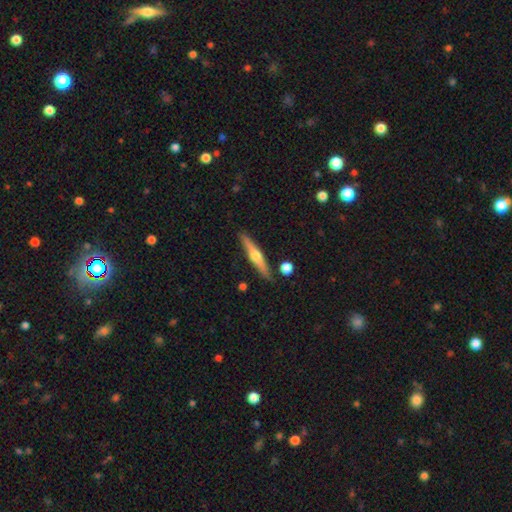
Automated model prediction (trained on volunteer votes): Morphology: type=featured or disk (61%); edge-on=yes (96%); edge-on bulge=rounded (91%); merging=none (86%).